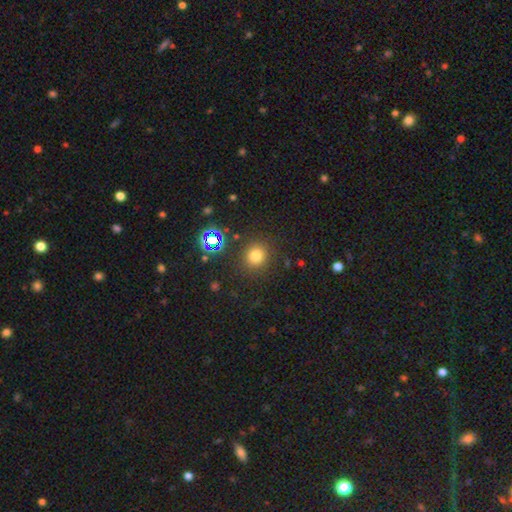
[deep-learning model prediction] A smooth galaxy with no disk features (74%) that is round (90%).

Vote fractions:
- Smooth or featured? smooth: 74% / star or artifact: 20% / featured or disk: 6%
- How rounded? round: 90% / in between: 9% / cigar-shaped: 1%
- Merging? none: 86% / minor disturbance: 8% / major disturbance: 4% / merger: 3%